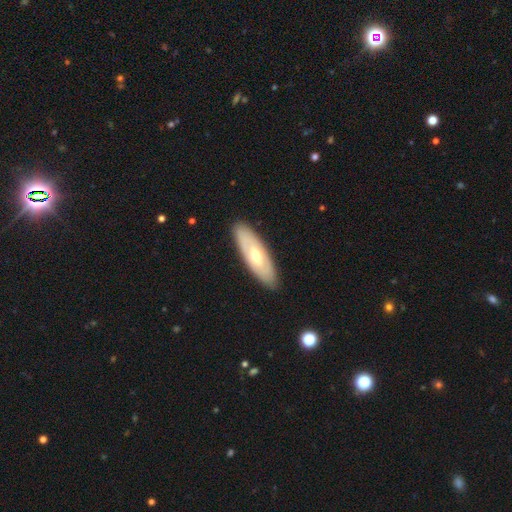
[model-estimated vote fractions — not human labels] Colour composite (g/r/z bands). It shows a featured or disk galaxy (51%). Merging: none (88%).